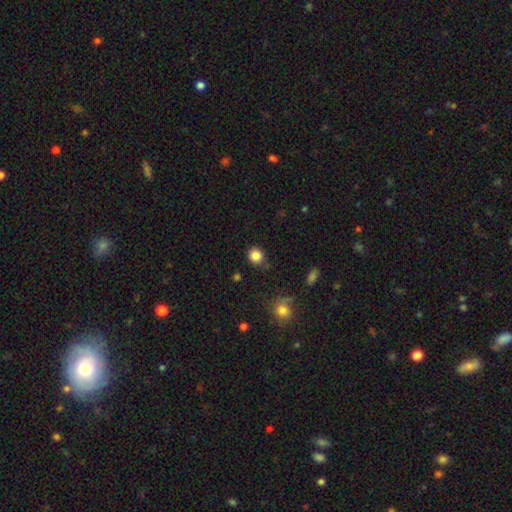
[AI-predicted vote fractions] Smooth or featured? smooth (85%)
How rounded? round (85%)
Merging? none (82%)